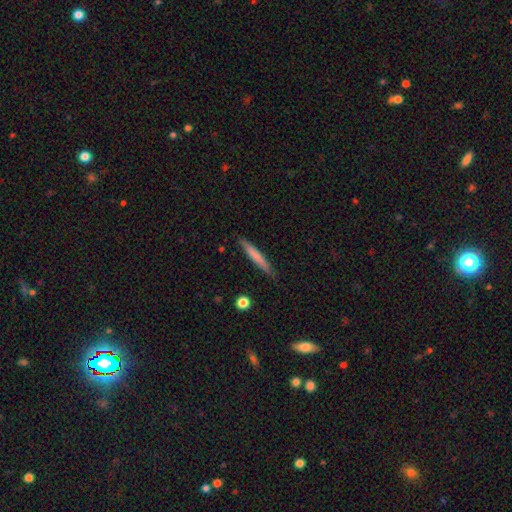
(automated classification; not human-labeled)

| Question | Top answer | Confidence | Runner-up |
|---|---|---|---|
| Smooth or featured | smooth | 69% | featured or disk (25%) |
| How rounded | cigar-shaped | 95% | in between (4%) |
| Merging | none | 86% | minor disturbance (11%) |